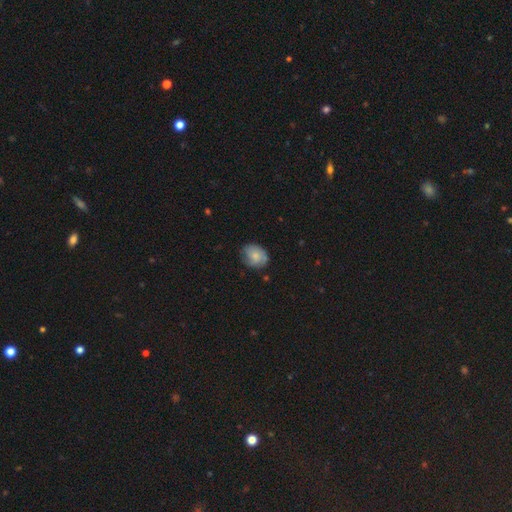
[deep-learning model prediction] Q: Smooth or featured?
A: smooth (65%); runner-up: featured or disk (27%)
Q: How rounded?
A: round (52%); runner-up: in between (47%)
Q: Merging?
A: none (65%); runner-up: minor disturbance (27%)